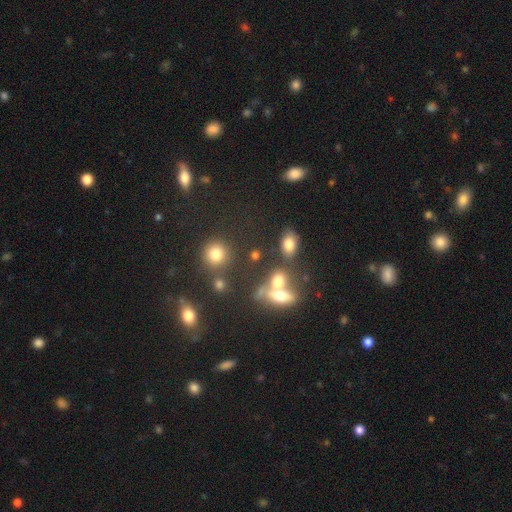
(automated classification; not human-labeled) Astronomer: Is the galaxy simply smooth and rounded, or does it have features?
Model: smooth — 59%.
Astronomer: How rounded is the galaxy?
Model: in between — 53% (runner-up: round, 40%).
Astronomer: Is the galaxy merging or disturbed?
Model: none — 53%.